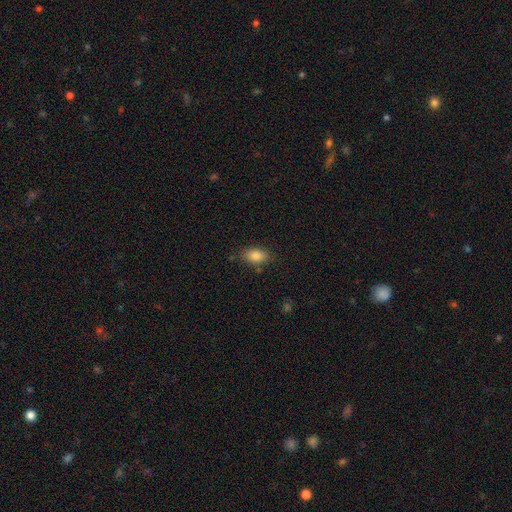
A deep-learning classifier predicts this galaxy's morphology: Smooth or featured? Predicted: smooth (p=0.85). How rounded? Predicted: in between (p=0.88). Merging? Predicted: none (p=0.81).